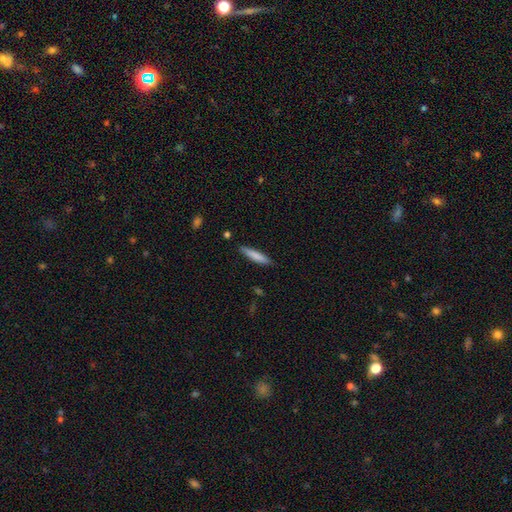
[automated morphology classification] smooth_or_featured: smooth (p=0.79) [alt: featured or disk p=0.16]
how_rounded: cigar-shaped (p=0.88) [alt: in between p=0.11]
merging: none (p=0.87) [alt: minor disturbance p=0.09]